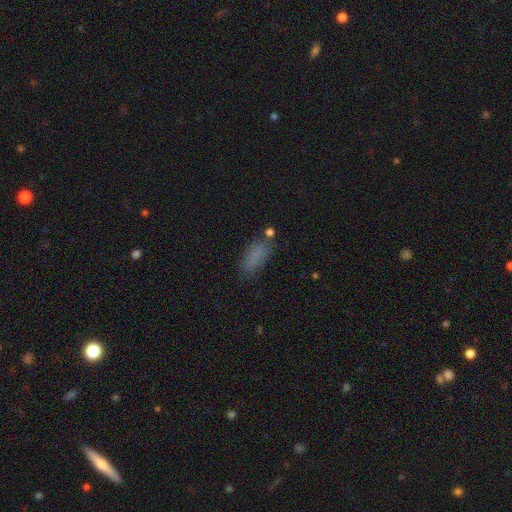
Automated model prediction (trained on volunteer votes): smooth-or-featured: smooth: 79% | star or artifact: 12% | featured or disk: 9%
  how-rounded: in between: 70% | cigar-shaped: 27% | round: 3%
  merging: none: 68% | minor disturbance: 19% | major disturbance: 7% | merger: 6%